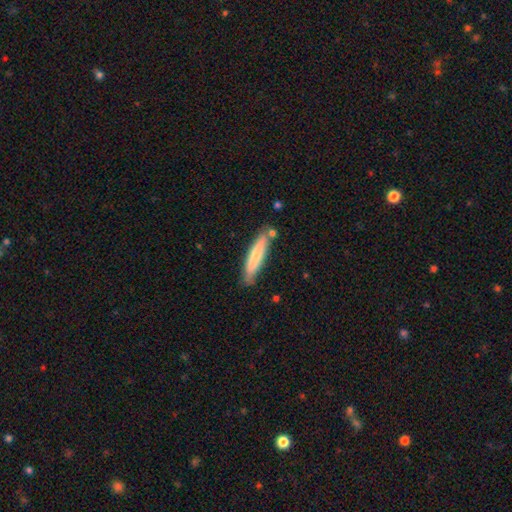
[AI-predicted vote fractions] Smooth or featured? smooth (69%)
How rounded? cigar-shaped (87%)
Merging? none (77%)